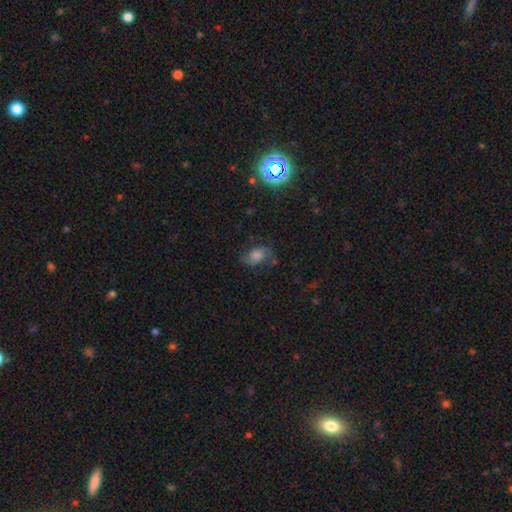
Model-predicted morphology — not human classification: smooth-or-featured: featured or disk: 52% | smooth: 34% | star or artifact: 15%
  disk-edge-on: no: 96% | yes: 4%
  merging: none: 61% | minor disturbance: 23% | major disturbance: 14% | merger: 2%